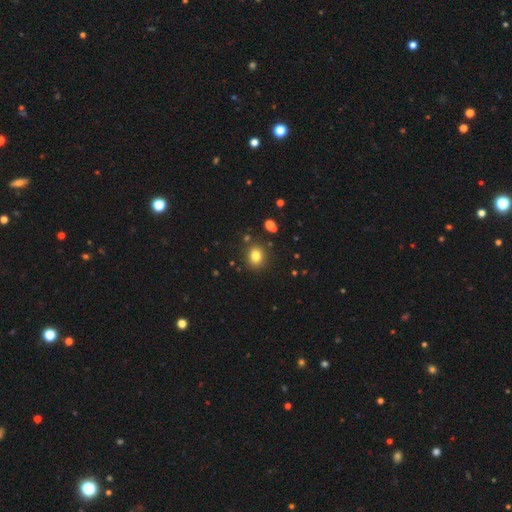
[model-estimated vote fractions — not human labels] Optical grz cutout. It shows a smooth galaxy with no disk features (80%) that is round (70%). Merging: none (85%).